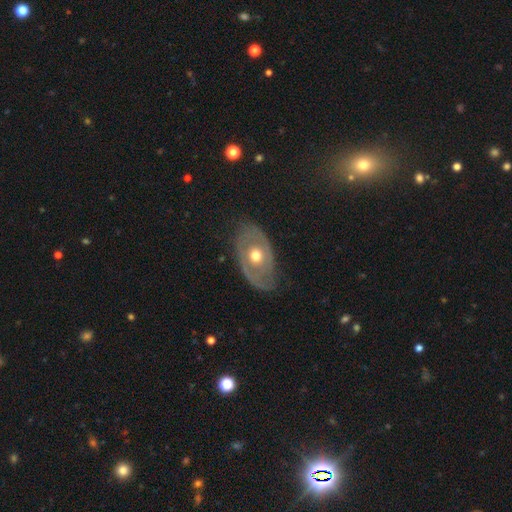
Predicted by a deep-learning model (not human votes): Q: Smooth or featured?
A: featured or disk (69%); runner-up: smooth (26%)
Q: Edge-on disk?
A: no (91%); runner-up: yes (9%)
Q: Bar?
A: no (89%); runner-up: weak (8%)
Q: Spiral arms?
A: no (59%); runner-up: yes (41%)
Q: Bulge size?
A: moderate (79%); runner-up: small (12%)
Q: Merging?
A: none (73%); runner-up: minor disturbance (20%)